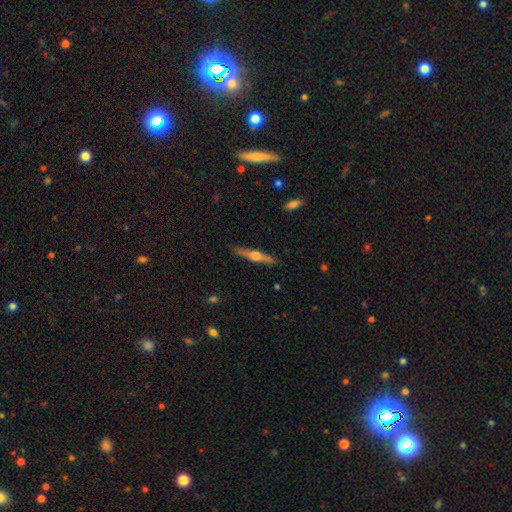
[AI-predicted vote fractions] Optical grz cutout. It shows a featured or disk galaxy (64%) viewed edge-on (97%) with a rounded central bulge (93%). Merging: none (88%).